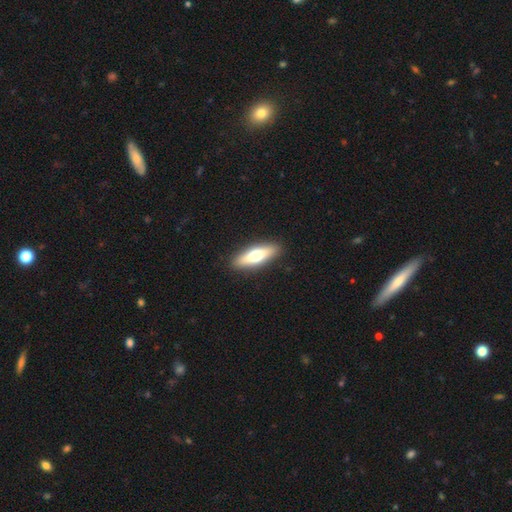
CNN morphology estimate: Smooth or featured: smooth — 55% (featured or disk — 39%)
How rounded: cigar-shaped — 57% (in between — 41%)
Merging: none — 90% (minor disturbance — 7%)